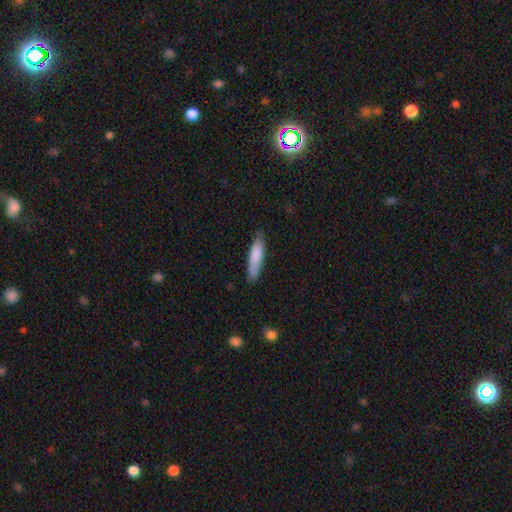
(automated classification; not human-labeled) This appears to be a smooth galaxy with no disk features (80%) that is cigar-shaped (79%). Merging: none (78%).